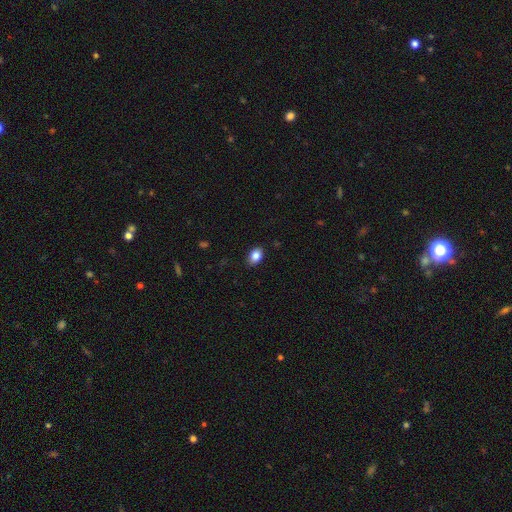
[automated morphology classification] Smooth or featured? smooth (86%)
How rounded? in between (81%)
Merging? none (87%)